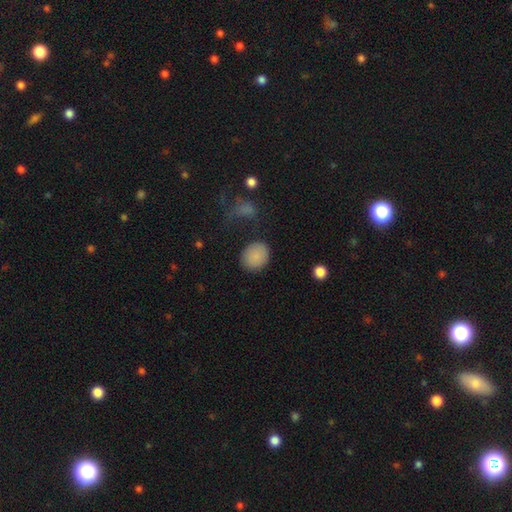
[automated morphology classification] A smooth galaxy with no disk features (87%) that is round (65%). Merging: none (83%).